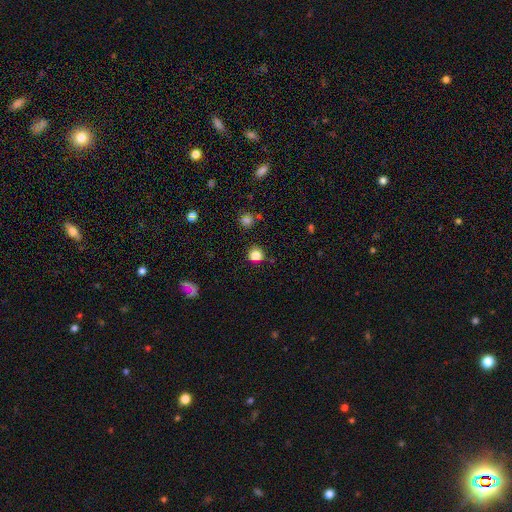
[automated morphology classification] Smooth or featured? smooth (83%)
How rounded? round (83%)
Merging? none (83%)